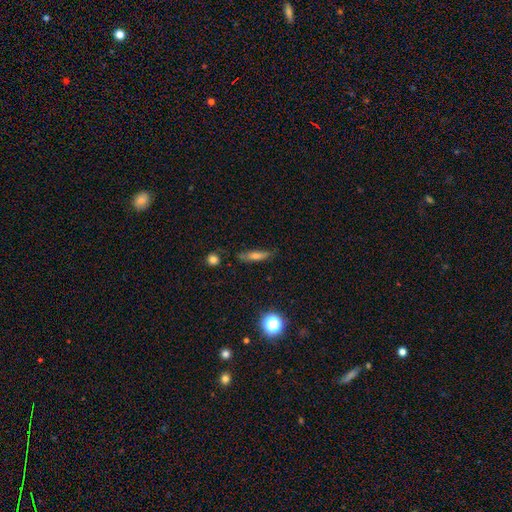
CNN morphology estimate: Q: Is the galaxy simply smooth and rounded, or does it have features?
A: smooth — 59%.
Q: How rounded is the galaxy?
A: cigar-shaped — 71%.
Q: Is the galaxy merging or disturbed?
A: none — 77%.